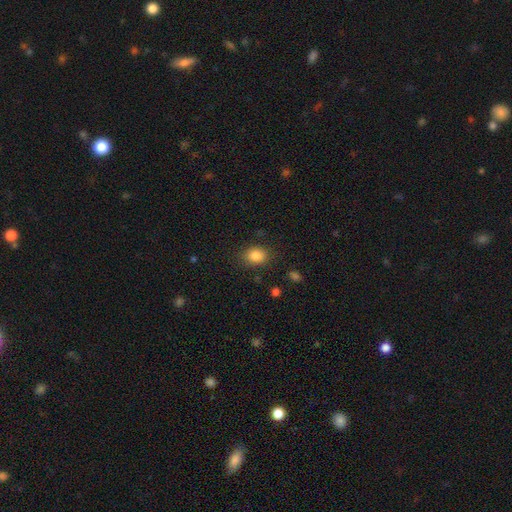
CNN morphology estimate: This appears to be a smooth galaxy with no disk features (85%) that is in between round and cigar-shaped (60%). Merging: none (82%).